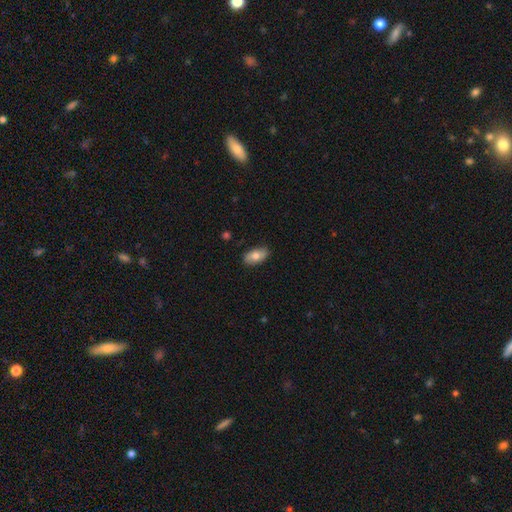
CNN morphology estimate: smooth-or-featured: smooth: 78% | featured or disk: 15% | star or artifact: 7%
  how-rounded: in between: 92% | cigar-shaped: 4% | round: 4%
  merging: none: 85% | minor disturbance: 12% | major disturbance: 2% | merger: 1%